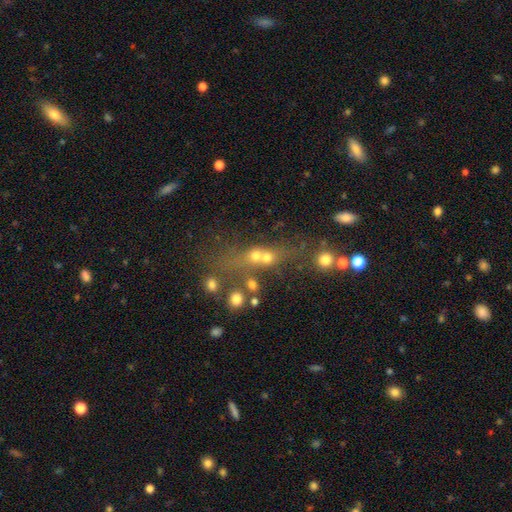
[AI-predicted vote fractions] The model was most divided on "merging": merger: 49%, none: 33%, major disturbance: 9%, minor disturbance: 9%. More confident: smooth or featured — smooth (57%); how rounded — round (55%).